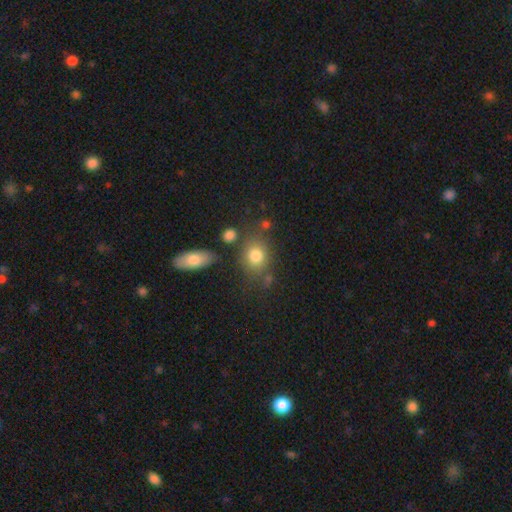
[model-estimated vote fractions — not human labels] Overall: smooth (79%). How rounded: round (56%; in between 42%). Merging: none (68%).